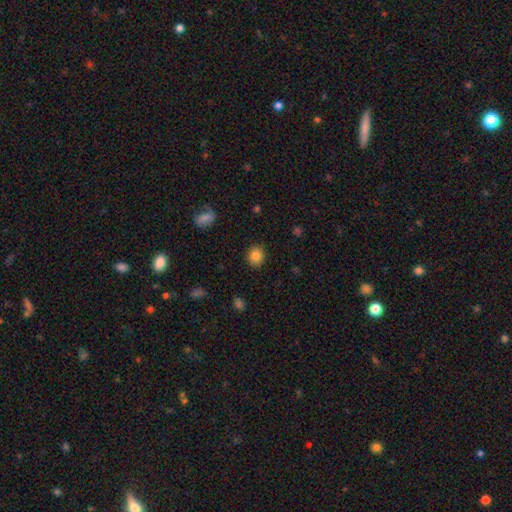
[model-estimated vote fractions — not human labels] smooth-or-featured: smooth: 85% | star or artifact: 10% | featured or disk: 5%
  how-rounded: round: 74% | in between: 25% | cigar-shaped: 1%
  merging: none: 89% | minor disturbance: 7% | major disturbance: 2% | merger: 1%